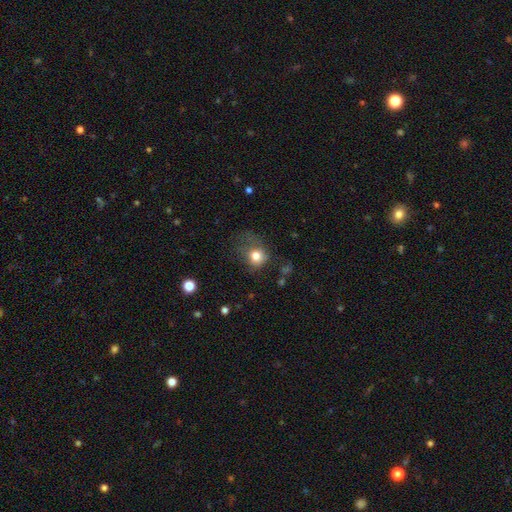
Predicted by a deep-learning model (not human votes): A smooth galaxy with no disk features (76%) that is round (73%).

Vote fractions:
- Smooth or featured? smooth: 76% / star or artifact: 12% / featured or disk: 12%
- How rounded? round: 73% / in between: 26% / cigar-shaped: 1%
- Merging? none: 39% / major disturbance: 31% / minor disturbance: 27% / merger: 3%